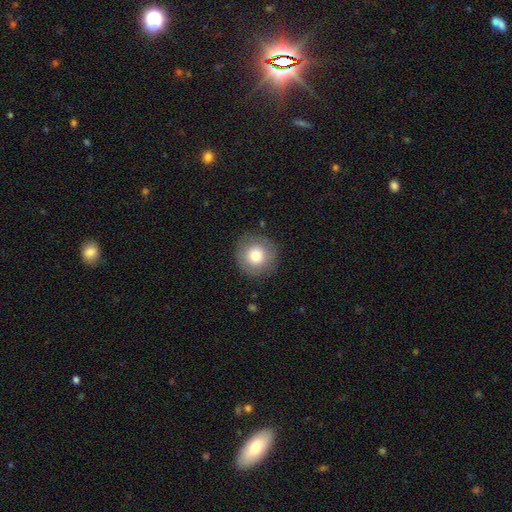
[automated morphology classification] smooth 75%, featured or disk 16%, star or artifact 9%. Down the decision tree: how rounded — round (93%); merging — none (86%).